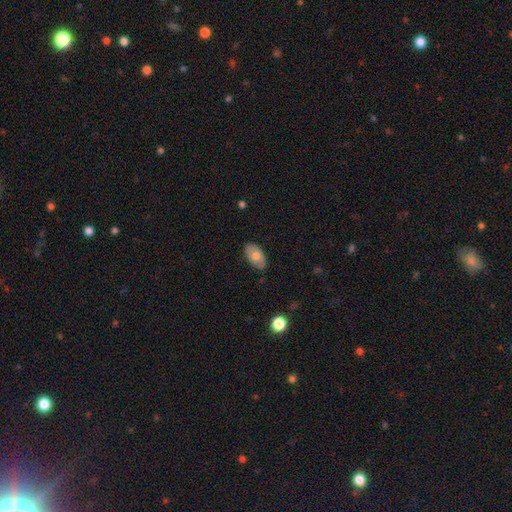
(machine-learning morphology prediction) Smooth or featured: smooth — 63% (featured or disk — 30%)
How rounded: in between — 93% (round — 6%)
Merging: none — 82% (minor disturbance — 14%)